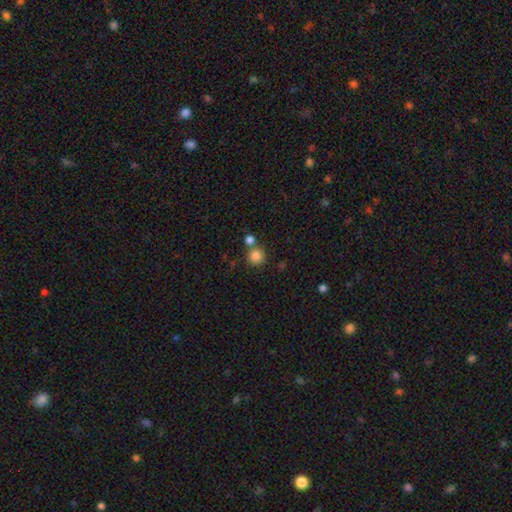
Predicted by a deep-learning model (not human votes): Morphology: type=smooth (83%); roundness=round (92%); merging=none (70%).